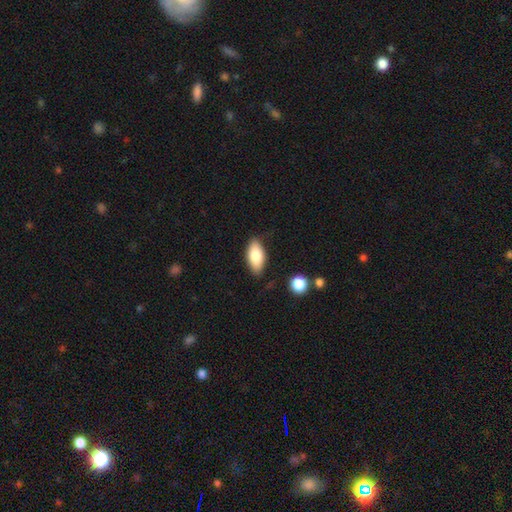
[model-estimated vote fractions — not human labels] Overall: smooth (81%). How rounded: in between (90%). Merging: none (82%).